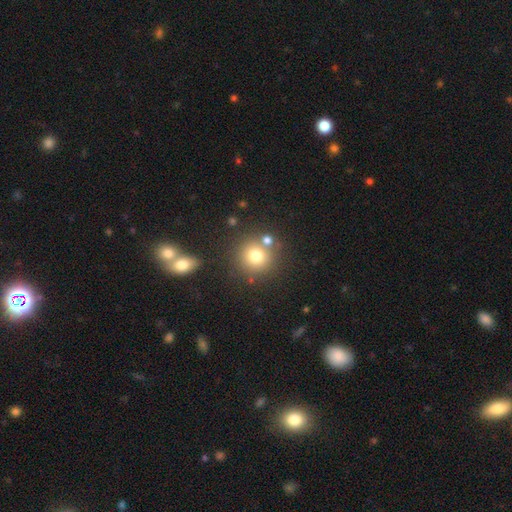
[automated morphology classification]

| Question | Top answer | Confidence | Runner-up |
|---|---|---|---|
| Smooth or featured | smooth | 75% | star or artifact (13%) |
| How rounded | round | 91% | in between (8%) |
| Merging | none | 72% | merger (14%) |